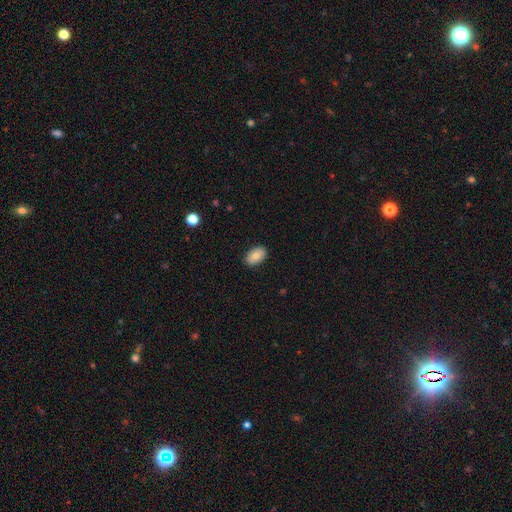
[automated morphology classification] This is likely a smooth galaxy (78%). How rounded: clearly in between (91%). Merging: clearly none (88%).